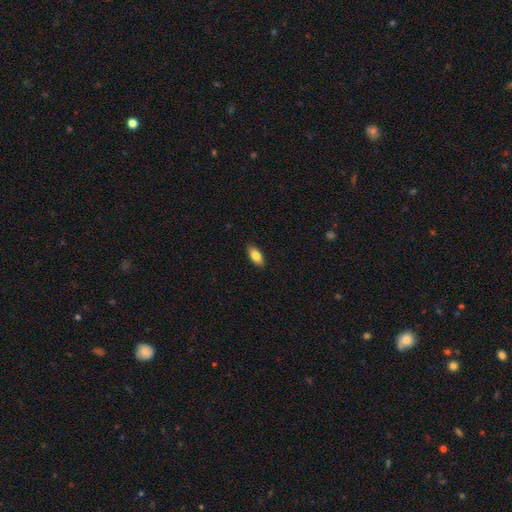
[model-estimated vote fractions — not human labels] This appears to be a smooth galaxy with no disk features (82%) that is in between round and cigar-shaped (88%). Merging: none (89%).